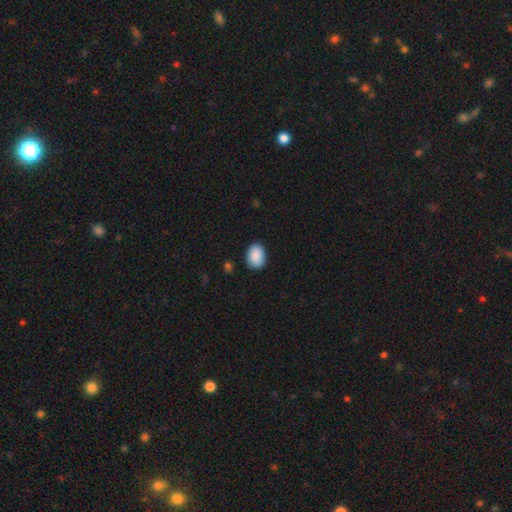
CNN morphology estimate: Overall: smooth (90%). How rounded: in between (72%). Merging: none (83%).